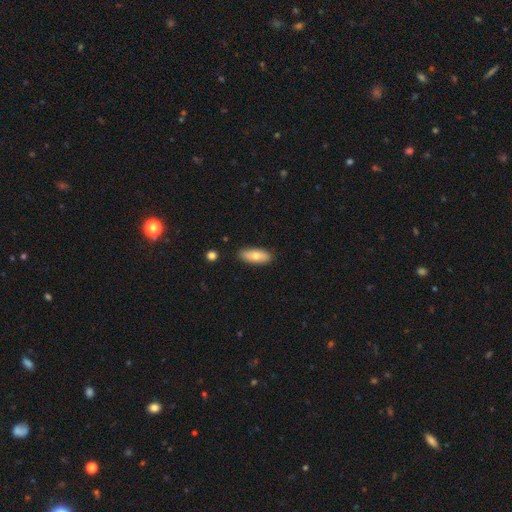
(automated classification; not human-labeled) Morphology: type=smooth (70%); roundness=in between (80%); merging=none (87%).